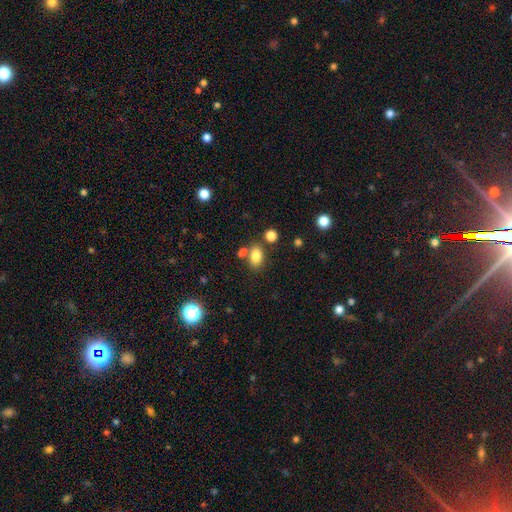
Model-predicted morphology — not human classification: Smooth or featured? smooth (82%)
How rounded? in between (80%)
Merging? none (65%)